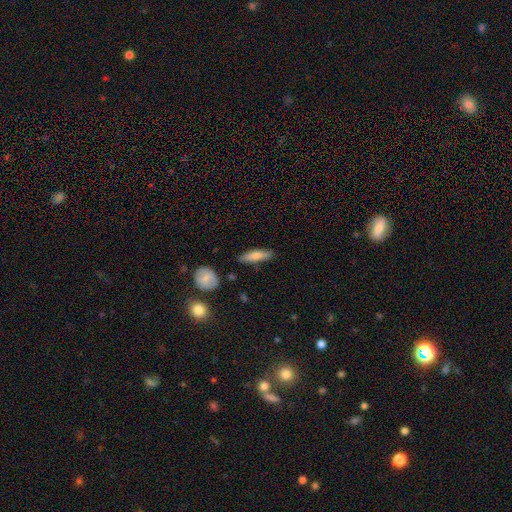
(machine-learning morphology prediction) Smooth or featured? Predicted: smooth (p=0.72). How rounded? Predicted: cigar-shaped (p=0.69). Merging? Predicted: none (p=0.83).